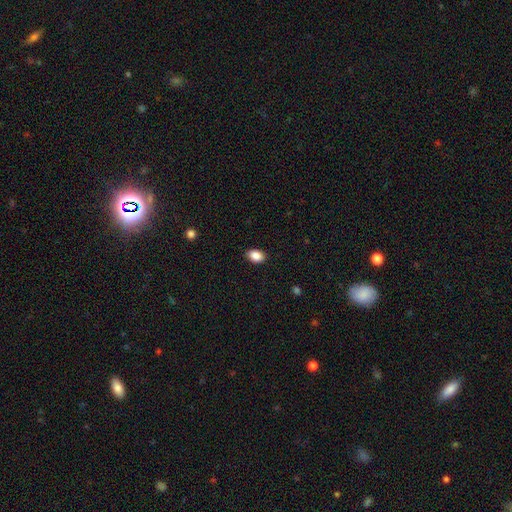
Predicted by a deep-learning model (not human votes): The model was most divided on "how rounded": in between: 85%, round: 14%, cigar-shaped: 1%. More confident: smooth or featured — smooth (89%); merging — none (88%).